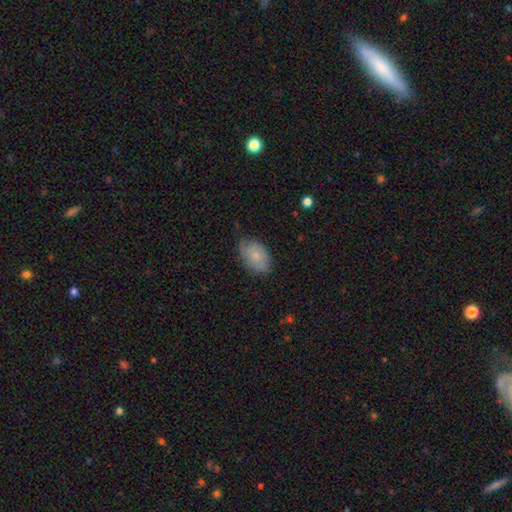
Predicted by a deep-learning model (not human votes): The model was most divided on "merging": none: 64%, minor disturbance: 29%, major disturbance: 6%, merger: 1%. More confident: how rounded — in between (88%); smooth or featured — smooth (74%).